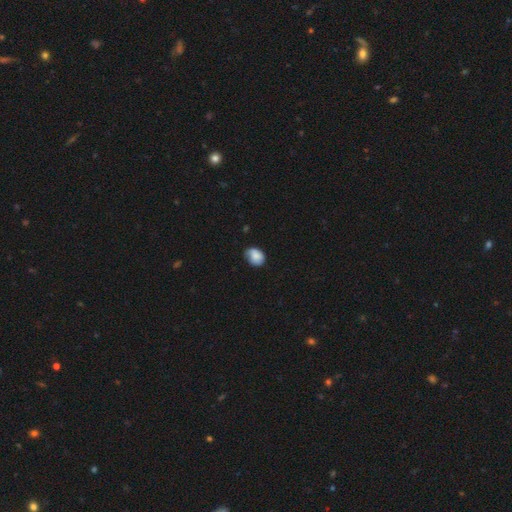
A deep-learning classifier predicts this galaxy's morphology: This appears to be a smooth galaxy with no disk features (80%) that is in between round and cigar-shaped (57%). Merging: none (61%).